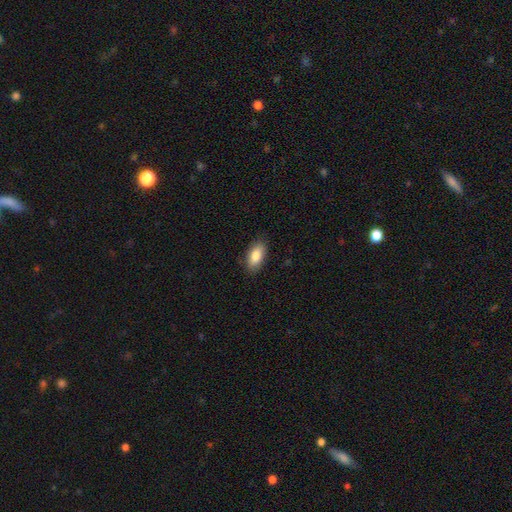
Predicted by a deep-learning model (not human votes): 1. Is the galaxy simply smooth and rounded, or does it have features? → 85% smooth, 8% featured or disk, 7% star or artifact.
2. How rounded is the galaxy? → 91% in between, 6% cigar-shaped, 3% round.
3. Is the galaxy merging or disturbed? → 86% none, 11% minor disturbance, 2% major disturbance, 1% merger.